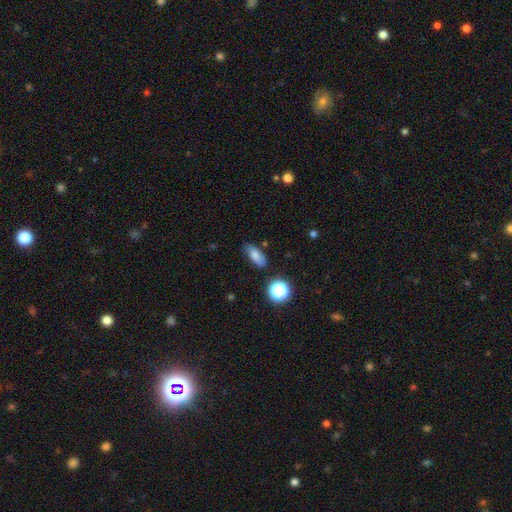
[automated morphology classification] This appears to be a smooth galaxy with no disk features (73%) that is in between round and cigar-shaped (80%). Merging: none (74%).